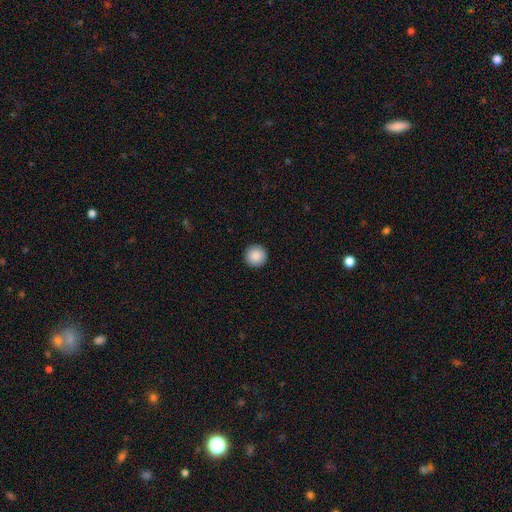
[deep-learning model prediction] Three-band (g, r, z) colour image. It shows a smooth galaxy with no disk features (89%) that is round (96%). Merging: none (93%).